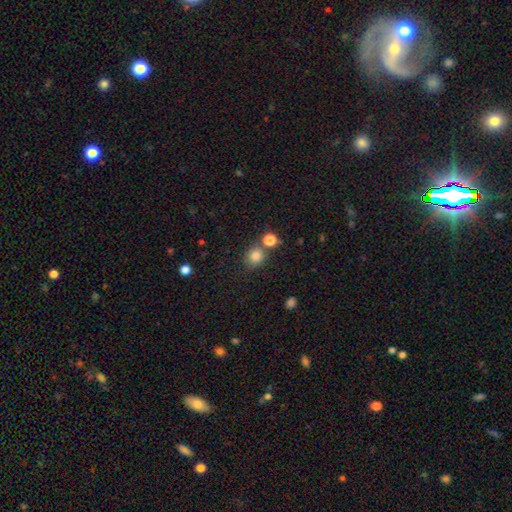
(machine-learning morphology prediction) This appears to be a smooth galaxy with no disk features (82%) that is round (77%). Merging: none (69%).